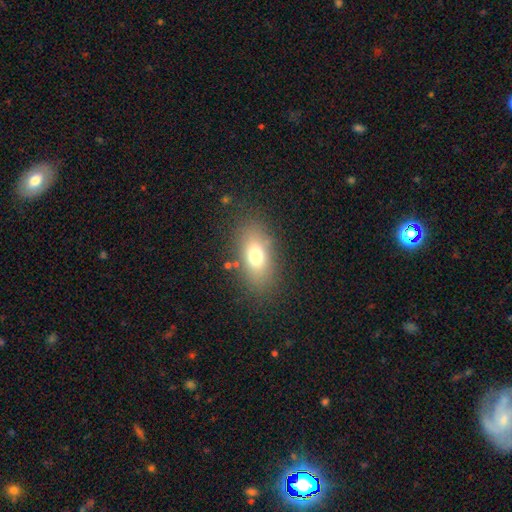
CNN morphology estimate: This appears to be a smooth galaxy with no disk features (73%) that is in between round and cigar-shaped (84%). Merging: none (82%).